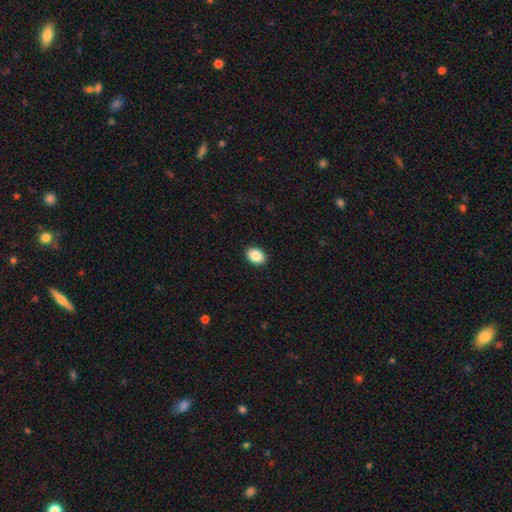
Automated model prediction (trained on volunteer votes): This appears to be a smooth galaxy with no disk features (87%) that is in between round and cigar-shaped (79%). Merging: none (91%).